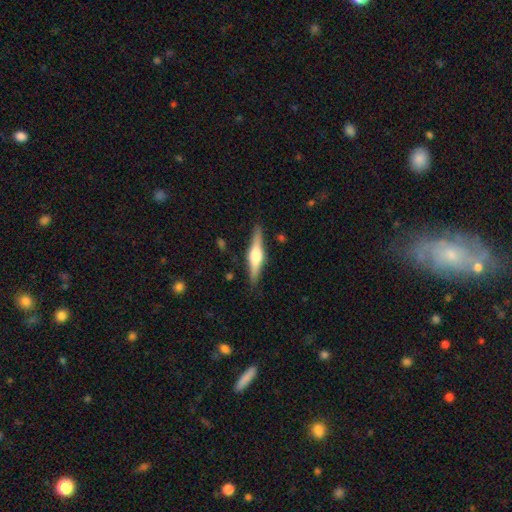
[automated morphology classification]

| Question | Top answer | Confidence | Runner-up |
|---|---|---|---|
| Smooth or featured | featured or disk | 65% | smooth (30%) |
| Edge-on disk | yes | 97% | no (3%) |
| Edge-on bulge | rounded | 89% | boxy (9%) |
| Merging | none | 88% | minor disturbance (9%) |